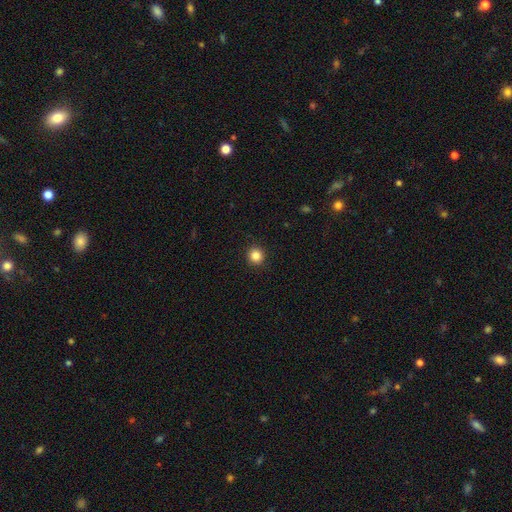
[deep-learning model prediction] Q: Smooth or featured?
A: smooth (85%); runner-up: star or artifact (11%)
Q: How rounded?
A: round (93%); runner-up: in between (6%)
Q: Merging?
A: none (93%); runner-up: minor disturbance (5%)